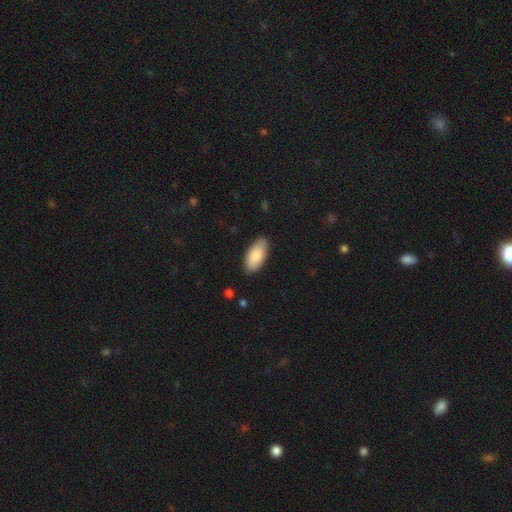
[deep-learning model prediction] A smooth galaxy with no disk features (86%) that is in between round and cigar-shaped (91%).

Vote fractions:
- Smooth or featured? smooth: 86% / featured or disk: 9% / star or artifact: 5%
- How rounded? in between: 91% / cigar-shaped: 7% / round: 2%
- Merging? none: 85% / minor disturbance: 12% / major disturbance: 2% / merger: 1%